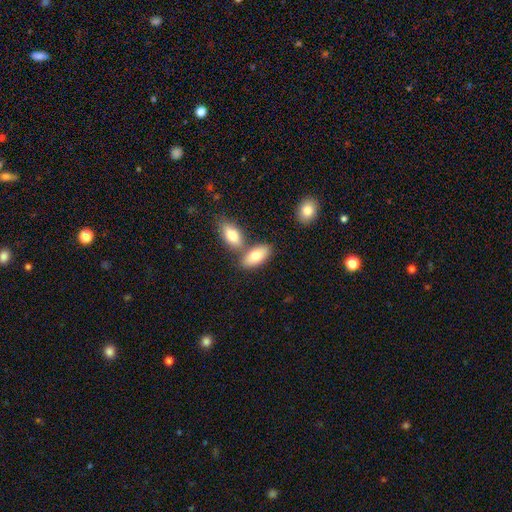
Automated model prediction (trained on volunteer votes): Q: Smooth or featured?
A: smooth (78%); runner-up: featured or disk (15%)
Q: How rounded?
A: in between (89%); runner-up: cigar-shaped (8%)
Q: Merging?
A: none (56%); runner-up: merger (31%)